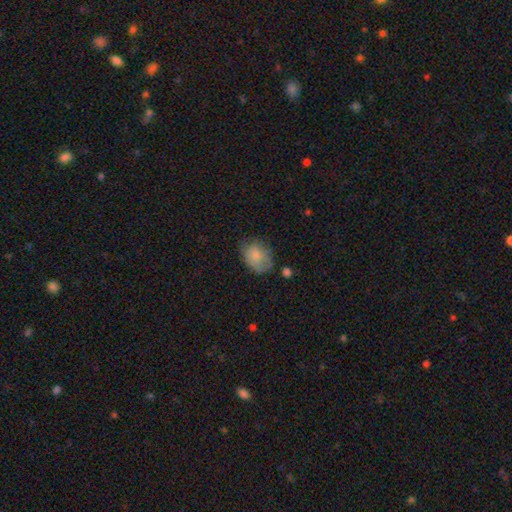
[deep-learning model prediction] A smooth galaxy with no disk features (80%) that is in between round and cigar-shaped (67%).

Vote fractions:
- Smooth or featured? smooth: 80% / featured or disk: 13% / star or artifact: 7%
- How rounded? in between: 67% / round: 32% / cigar-shaped: 1%
- Merging? none: 55% / minor disturbance: 32% / major disturbance: 10% / merger: 3%